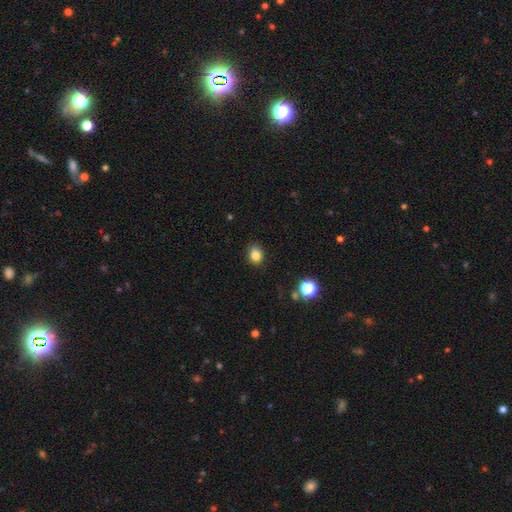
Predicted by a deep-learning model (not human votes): A smooth galaxy with no disk features (82%) that is in between round and cigar-shaped (50%, tied with round). Merging: none (88%).